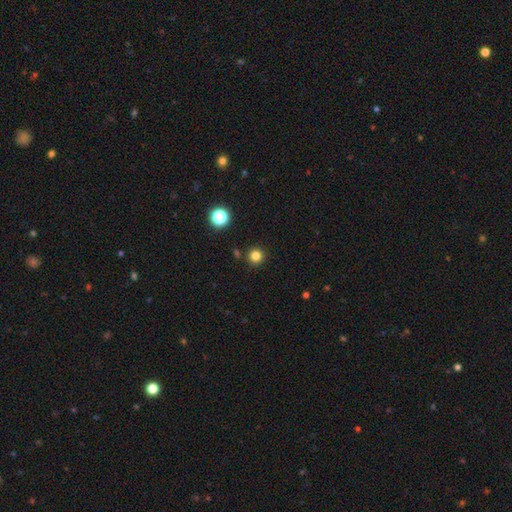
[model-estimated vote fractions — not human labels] A smooth galaxy with no disk features (81%) that is round (95%). Merging: none (90%).